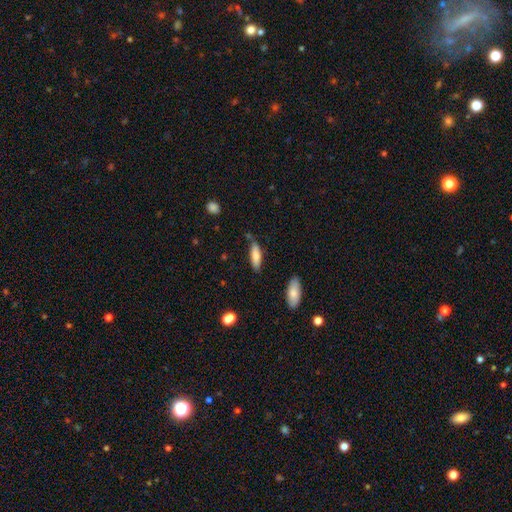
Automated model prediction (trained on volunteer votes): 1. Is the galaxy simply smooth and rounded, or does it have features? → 77% smooth, 17% featured or disk, 6% star or artifact.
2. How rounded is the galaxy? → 51% cigar-shaped, 47% in between, 2% round.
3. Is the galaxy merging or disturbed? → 72% none, 20% minor disturbance, 5% merger, 4% major disturbance.